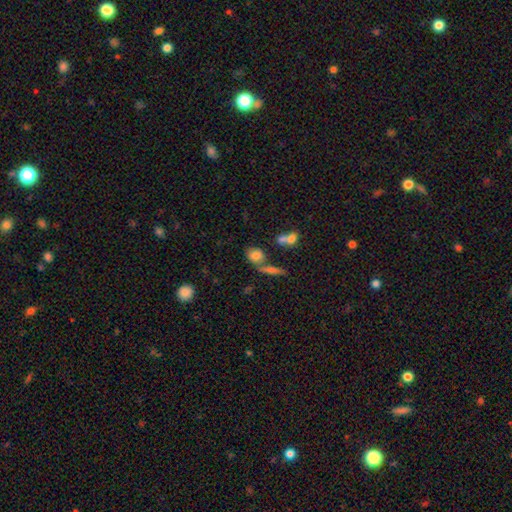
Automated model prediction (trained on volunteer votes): This appears to be a smooth galaxy with no disk features (73%) that is in between round and cigar-shaped (57%). Merging: none (48%).